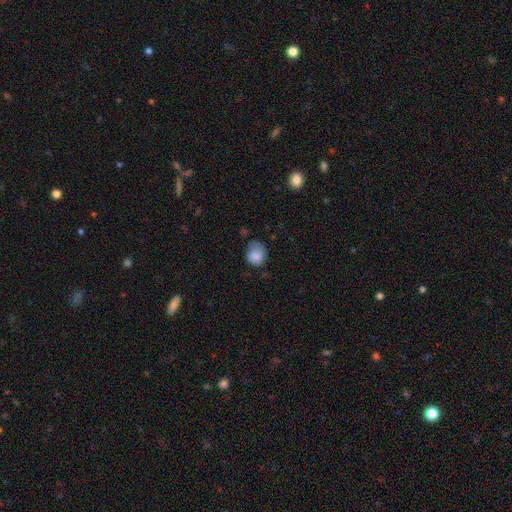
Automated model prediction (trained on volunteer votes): A smooth galaxy with no disk features (83%) that is round (62%).

Vote fractions:
- Smooth or featured? smooth: 83% / featured or disk: 9% / star or artifact: 8%
- How rounded? round: 62% / in between: 37% / cigar-shaped: 1%
- Merging? none: 46% / minor disturbance: 36% / major disturbance: 15% / merger: 3%